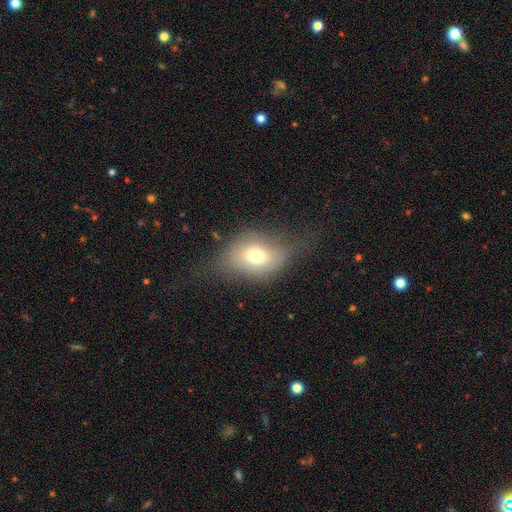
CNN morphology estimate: Smooth or featured? Predicted: smooth (p=0.66). How rounded? Predicted: in between (p=0.74). Merging? Predicted: none (p=0.43).